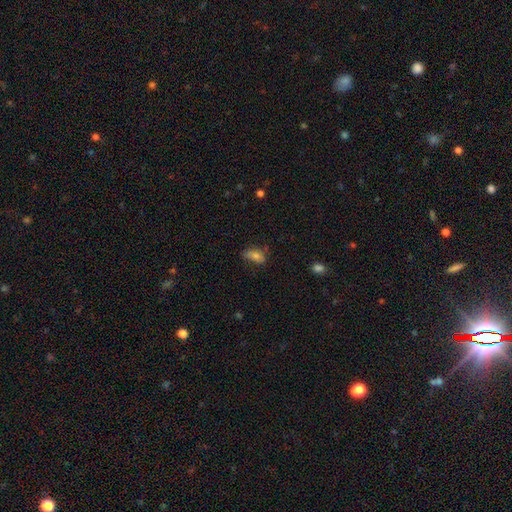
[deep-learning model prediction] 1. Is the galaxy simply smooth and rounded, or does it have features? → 74% smooth, 16% featured or disk, 10% star or artifact.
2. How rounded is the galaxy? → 87% in between, 8% round, 5% cigar-shaped.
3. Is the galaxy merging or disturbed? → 52% none, 33% minor disturbance, 12% major disturbance, 3% merger.